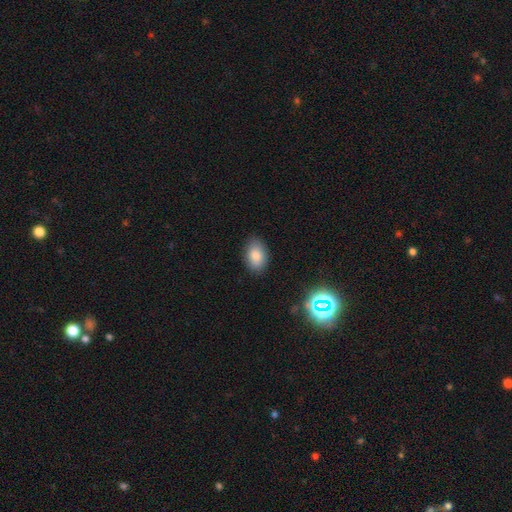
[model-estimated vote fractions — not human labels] This is clearly a smooth galaxy (82%). How rounded: clearly in between (88%). Merging: clearly none (86%).